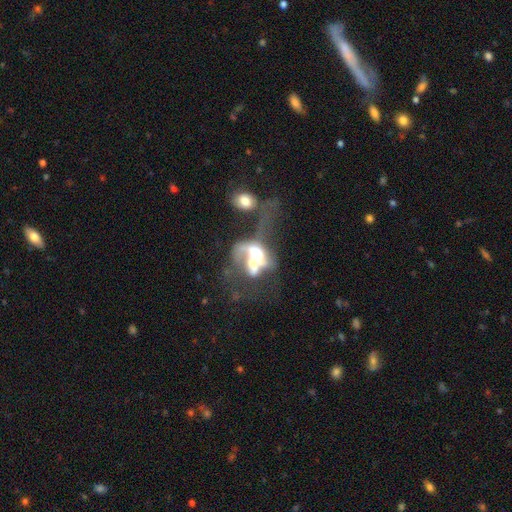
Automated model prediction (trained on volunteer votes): Morphology: type=featured or disk (62%); edge-on=no (91%); bar=no (72%); spiral arms=no (72%); bulge=large (39%); merging=merger (52%).